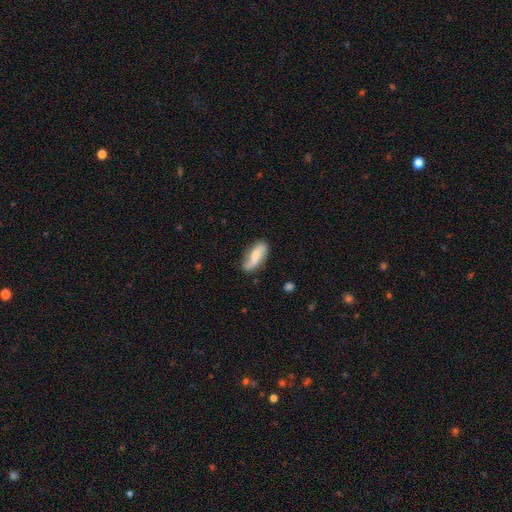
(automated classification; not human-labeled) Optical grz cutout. It shows a smooth galaxy with no disk features (52%) that is in between round and cigar-shaped (73%). Merging: none (65%).